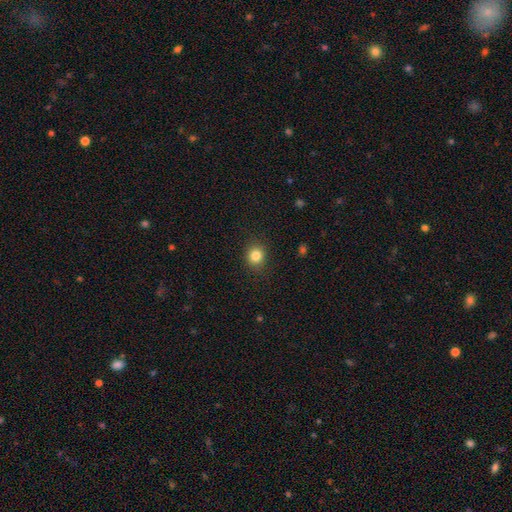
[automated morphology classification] Smooth or featured? Predicted: smooth (p=0.83). How rounded? Predicted: round (p=0.82). Merging? Predicted: none (p=0.88).